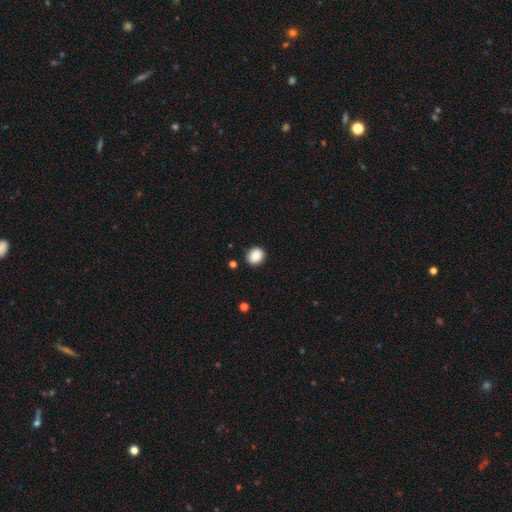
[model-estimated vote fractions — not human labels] smooth 87%, star or artifact 9%, featured or disk 5%. Down the decision tree: how rounded — round (67%); merging — none (86%).